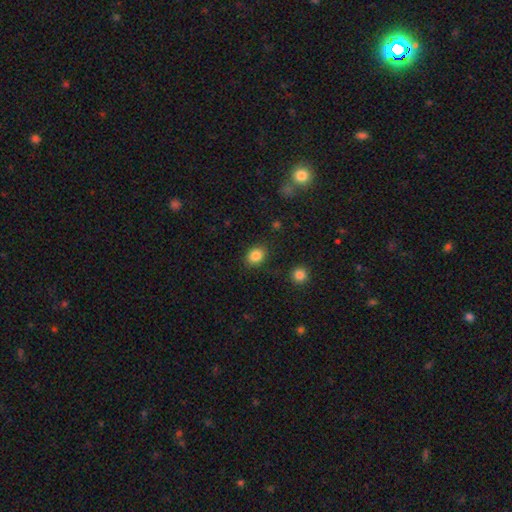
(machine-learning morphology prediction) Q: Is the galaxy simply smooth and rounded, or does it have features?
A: smooth — 85%.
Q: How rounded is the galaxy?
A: in between — 55%.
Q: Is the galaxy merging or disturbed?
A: none — 85%.